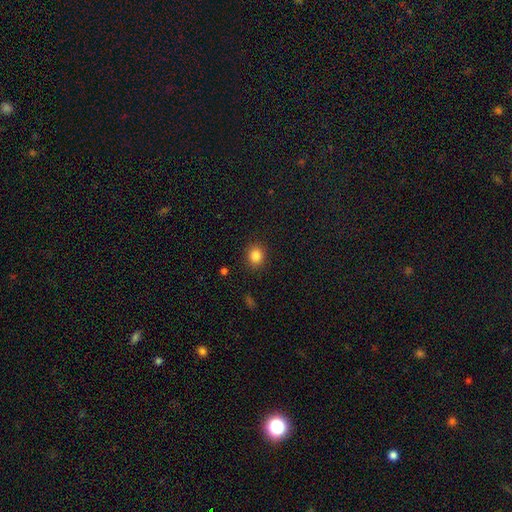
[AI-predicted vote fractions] A smooth galaxy with no disk features (84%) that is round (73%).

Vote fractions:
- Smooth or featured? smooth: 84% / star or artifact: 11% / featured or disk: 5%
- How rounded? round: 73% / in between: 26% / cigar-shaped: 1%
- Merging? none: 89% / minor disturbance: 7% / major disturbance: 2% / merger: 1%